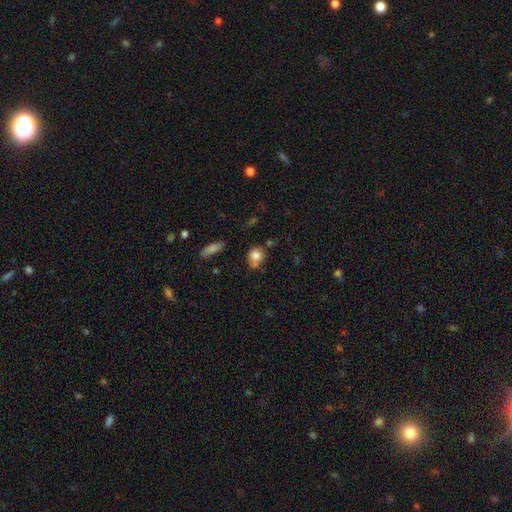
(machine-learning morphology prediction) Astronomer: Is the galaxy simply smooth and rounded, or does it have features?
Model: smooth — 81%.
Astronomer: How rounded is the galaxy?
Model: round — 57% (runner-up: in between, 41%).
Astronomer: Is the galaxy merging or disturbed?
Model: none — 51% (runner-up: minor disturbance, 31%).